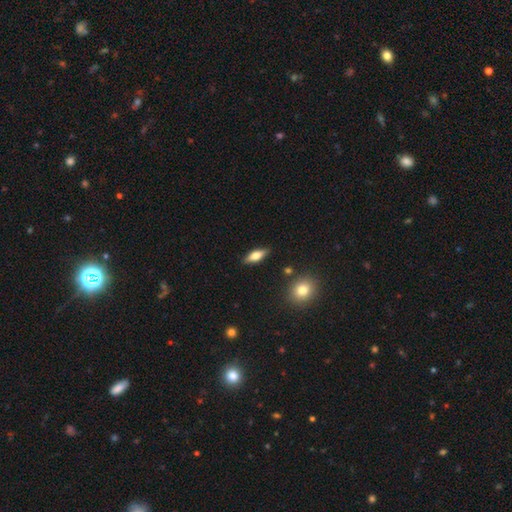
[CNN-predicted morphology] smooth_or_featured: smooth (p=0.52) [alt: featured or disk p=0.41]
how_rounded: in between (p=0.62) [alt: cigar-shaped p=0.34]
merging: none (p=0.88) [alt: minor disturbance p=0.08]